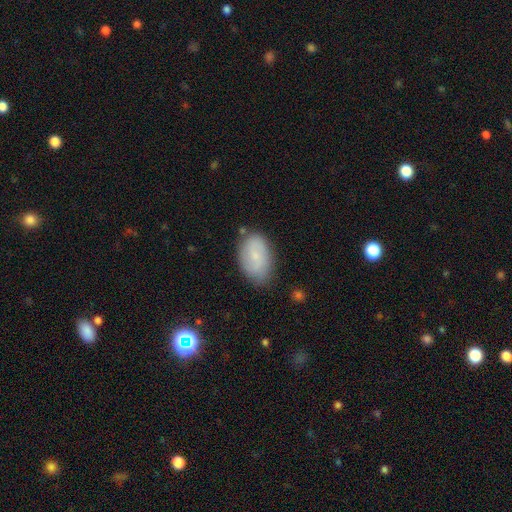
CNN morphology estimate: type=smooth (61%); roundness=in between (91%); merging=none (73%).